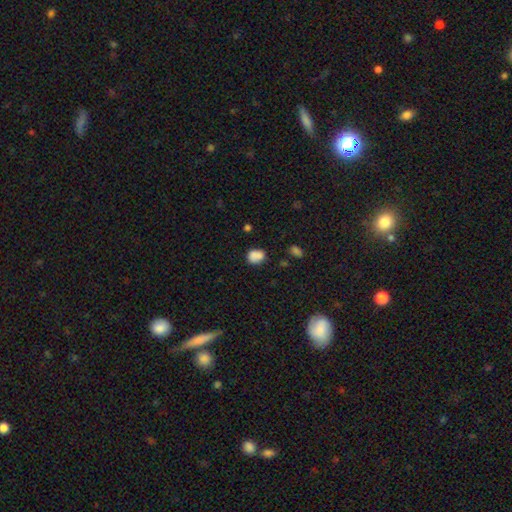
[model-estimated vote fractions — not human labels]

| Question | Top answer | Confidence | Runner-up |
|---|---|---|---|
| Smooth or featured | smooth | 81% | star or artifact (10%) |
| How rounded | round | 53% | in between (46%) |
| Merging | none | 57% | minor disturbance (19%) |